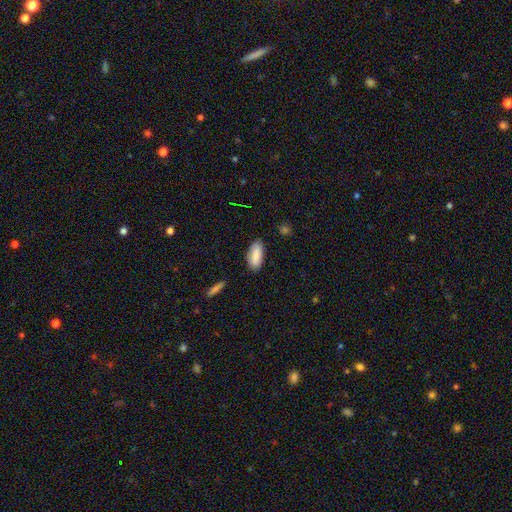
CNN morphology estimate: Overall: smooth (85%). How rounded: in between (85%). Merging: none (83%).